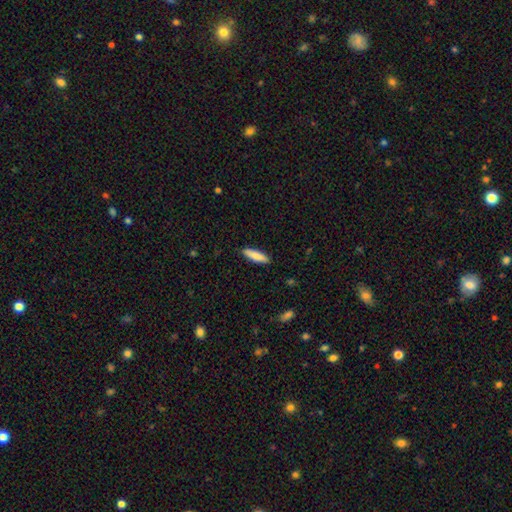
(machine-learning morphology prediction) type=smooth (84%); roundness=cigar-shaped (56%); merging=none (90%).